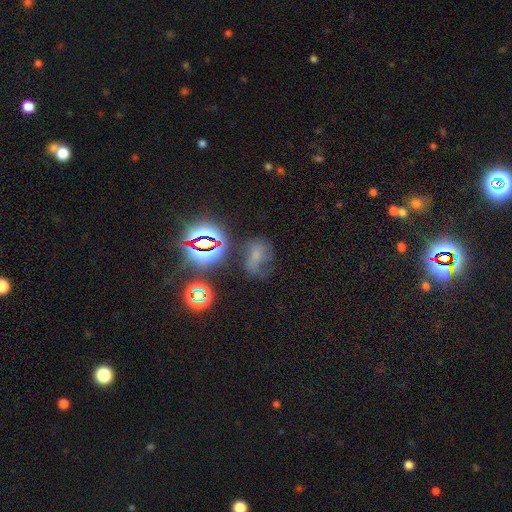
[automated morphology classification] smooth 40%, star or artifact 31%, featured or disk 29%. Down the decision tree: merging — none (35%).